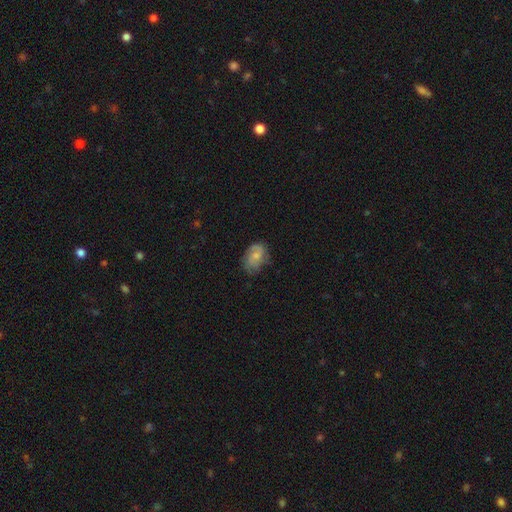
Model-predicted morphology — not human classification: A smooth galaxy with no disk features (53%) that is in between round and cigar-shaped (79%).

Vote fractions:
- Smooth or featured? smooth: 53% / featured or disk: 39% / star or artifact: 8%
- How rounded? in between: 79% / round: 19% / cigar-shaped: 2%
- Merging? none: 57% / minor disturbance: 29% / major disturbance: 12% / merger: 2%